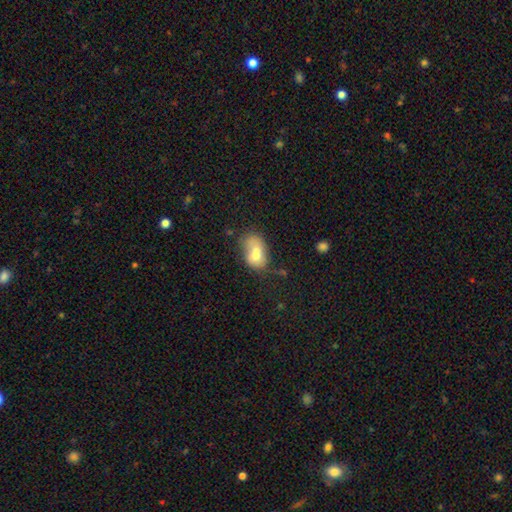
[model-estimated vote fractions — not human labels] Smooth or featured? smooth (68%)
How rounded? in between (78%)
Merging? merger (48%)